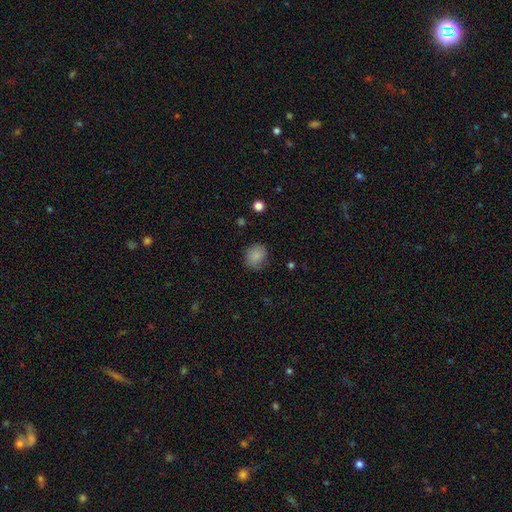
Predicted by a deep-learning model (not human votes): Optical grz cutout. It shows a smooth galaxy with no disk features (85%) that is round (68%). Merging: none (78%).